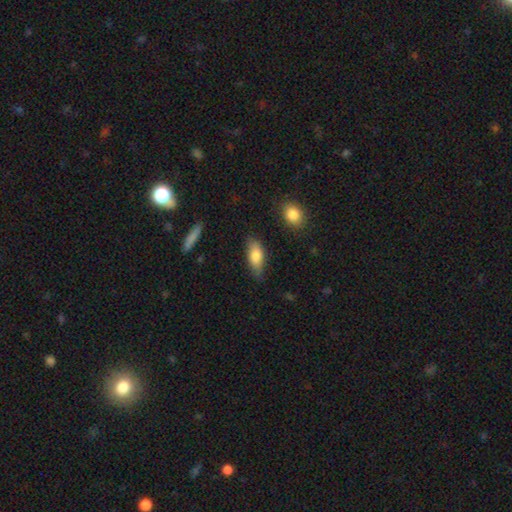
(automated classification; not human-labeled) A smooth galaxy with no disk features (79%) that is in between round and cigar-shaped (77%). Merging: none (73%).